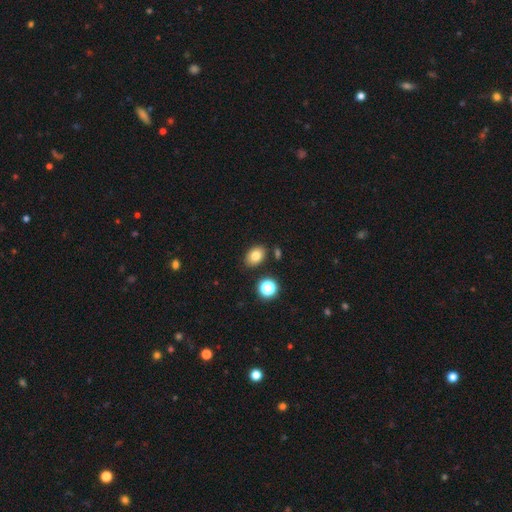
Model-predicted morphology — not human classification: Smooth or featured? Predicted: smooth (p=0.79). How rounded? Predicted: in between (p=0.75). Merging? Predicted: none (p=0.83).